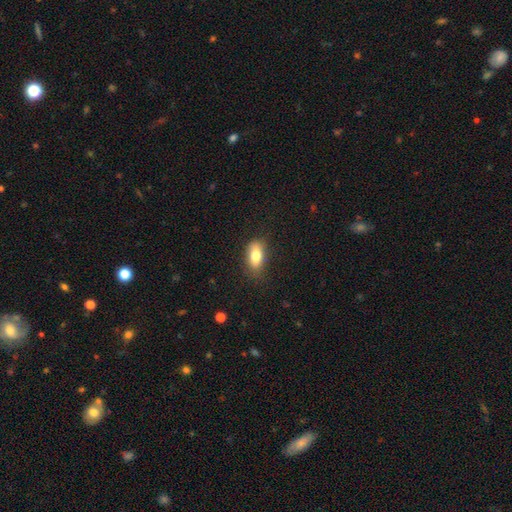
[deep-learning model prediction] Smooth or featured? smooth (78%)
How rounded? in between (86%)
Merging? none (76%)